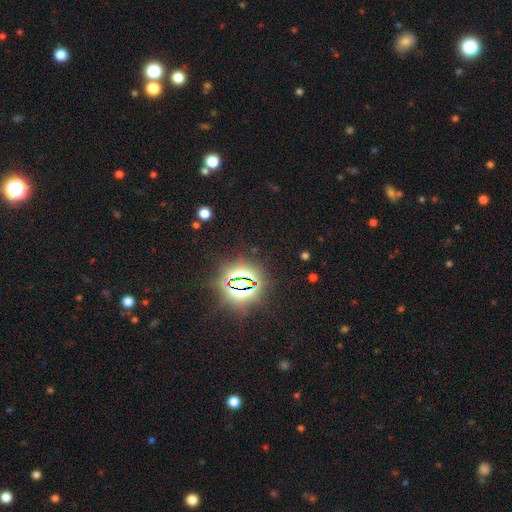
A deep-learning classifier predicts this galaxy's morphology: This is clearly a star or artifact rather than a galaxy (84%).